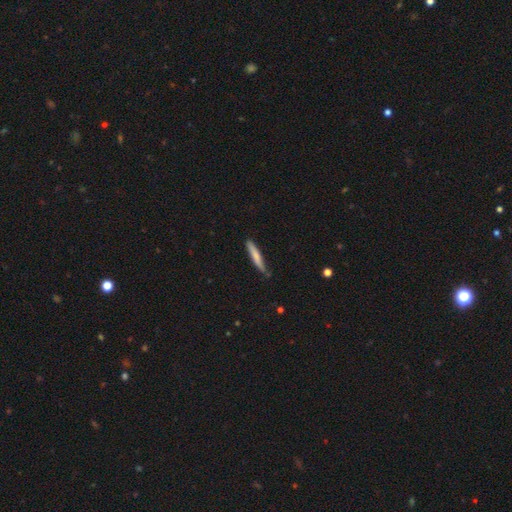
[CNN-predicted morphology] This is likely a smooth galaxy (73%). How rounded: clearly cigar-shaped (93%). Merging: likely none (76%).